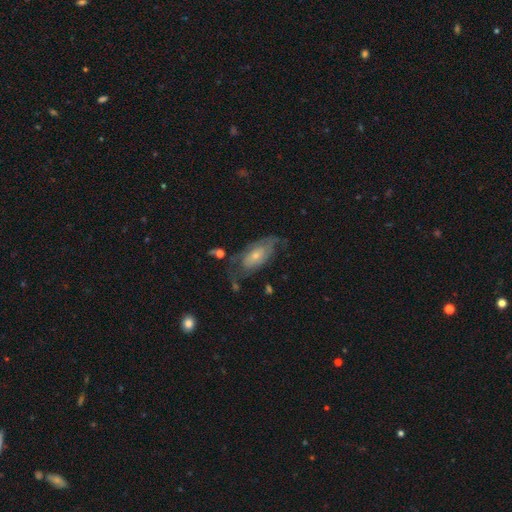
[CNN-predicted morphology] Q: Smooth or featured?
A: featured or disk (58%); runner-up: smooth (35%)
Q: Edge-on disk?
A: no (88%); runner-up: yes (12%)
Q: Bar?
A: no (73%); runner-up: weak (22%)
Q: Spiral arms?
A: yes (66%); runner-up: no (34%)
Q: Bulge size?
A: small (60%); runner-up: moderate (33%)
Q: Merging?
A: none (45%); runner-up: minor disturbance (28%)